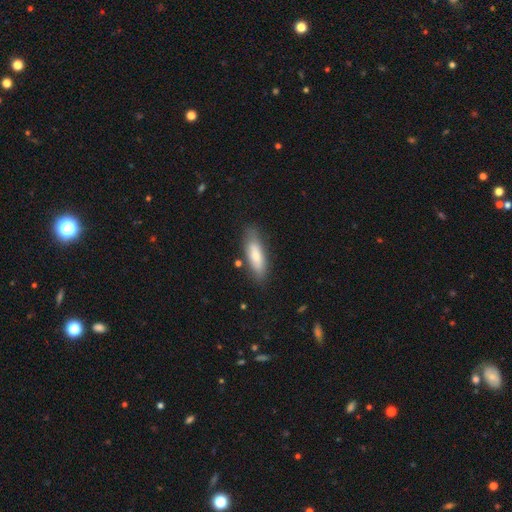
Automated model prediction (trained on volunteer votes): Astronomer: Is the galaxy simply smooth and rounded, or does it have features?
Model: smooth — 75%.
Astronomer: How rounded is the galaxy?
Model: in between — 51% (runner-up: cigar-shaped, 47%).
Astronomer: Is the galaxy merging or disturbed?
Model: none — 78%.